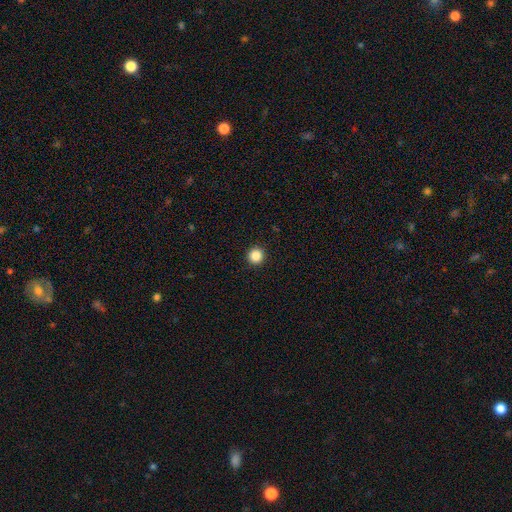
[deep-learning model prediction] Smooth or featured? Predicted: smooth (p=0.86). How rounded? Predicted: round (p=0.95). Merging? Predicted: none (p=0.93).